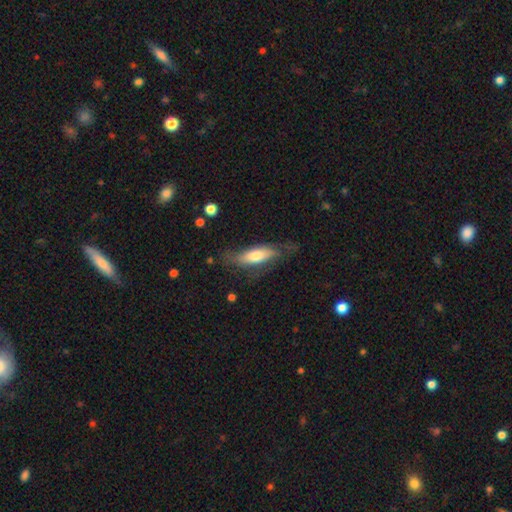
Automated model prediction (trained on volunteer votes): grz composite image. It shows a smooth galaxy with no disk features (56%) that is in between round and cigar-shaped (61%). Merging: none (54%).